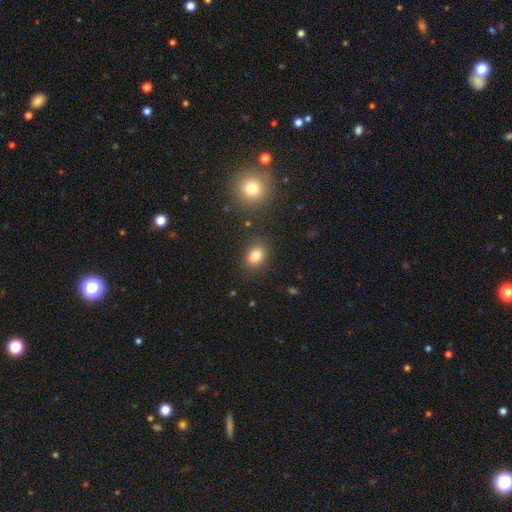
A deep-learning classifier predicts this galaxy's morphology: A smooth galaxy with no disk features (82%) that is in between round and cigar-shaped (57%).

Vote fractions:
- Smooth or featured? smooth: 82% / star or artifact: 11% / featured or disk: 6%
- How rounded? in between: 57% / round: 42% / cigar-shaped: 1%
- Merging? none: 82% / minor disturbance: 10% / merger: 4% / major disturbance: 3%